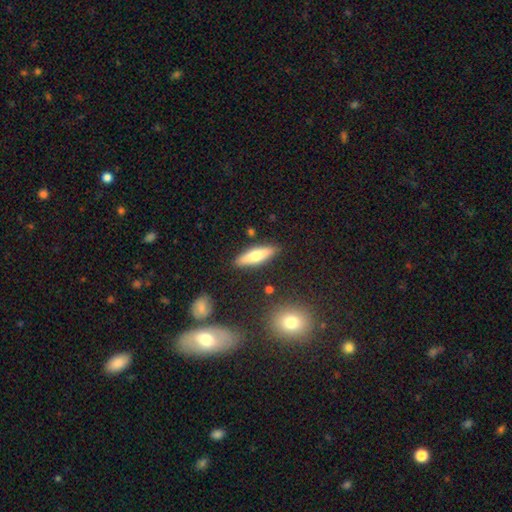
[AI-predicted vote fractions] A smooth galaxy with no disk features (58%) that is cigar-shaped (68%).

Vote fractions:
- Smooth or featured? smooth: 58% / featured or disk: 36% / star or artifact: 6%
- How rounded? cigar-shaped: 68% / in between: 30% / round: 2%
- Merging? none: 87% / minor disturbance: 9% / merger: 2% / major disturbance: 2%